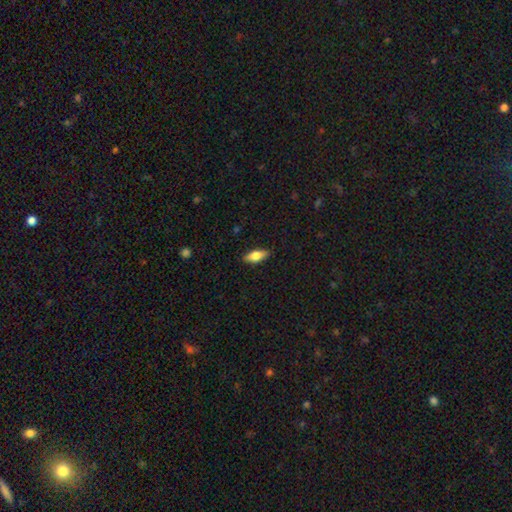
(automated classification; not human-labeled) This appears to be a smooth galaxy with no disk features (67%) that is in between round and cigar-shaped (75%). Merging: none (87%).